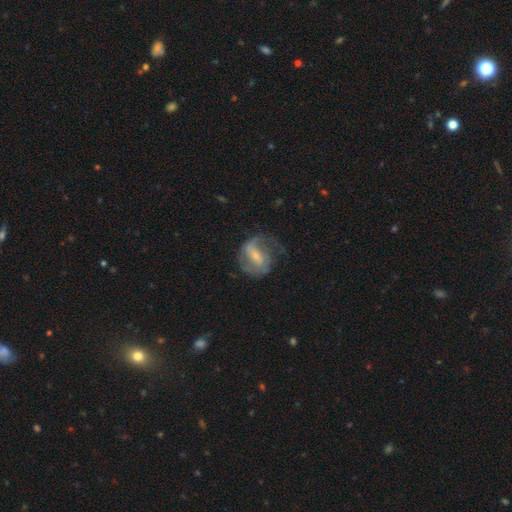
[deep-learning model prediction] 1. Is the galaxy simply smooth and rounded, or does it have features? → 76% featured or disk, 18% smooth, 6% star or artifact.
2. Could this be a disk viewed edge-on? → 97% no, 3% yes.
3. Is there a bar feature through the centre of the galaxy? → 44% weak, 38% strong, 18% no.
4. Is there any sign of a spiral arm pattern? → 85% yes, 15% no.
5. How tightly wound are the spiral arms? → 48% medium, 29% loose, 23% tight.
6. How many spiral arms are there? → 72% 2, 12% can't tell, 9% 1, 3% 3, 1% 4, 1% more than 4.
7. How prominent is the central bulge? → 56% small, 33% moderate, 7% none, 3% large, 1% dominant.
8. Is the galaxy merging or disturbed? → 53% none, 23% major disturbance, 22% minor disturbance, 2% merger.